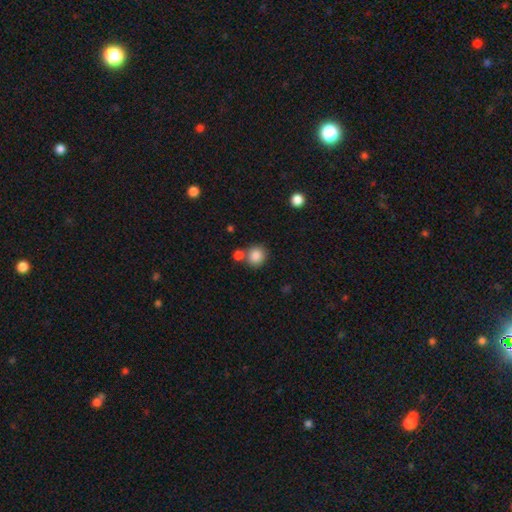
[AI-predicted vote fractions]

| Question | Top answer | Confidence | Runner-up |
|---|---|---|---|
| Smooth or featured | smooth | 86% | star or artifact (9%) |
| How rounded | round | 89% | in between (10%) |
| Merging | none | 66% | merger (22%) |